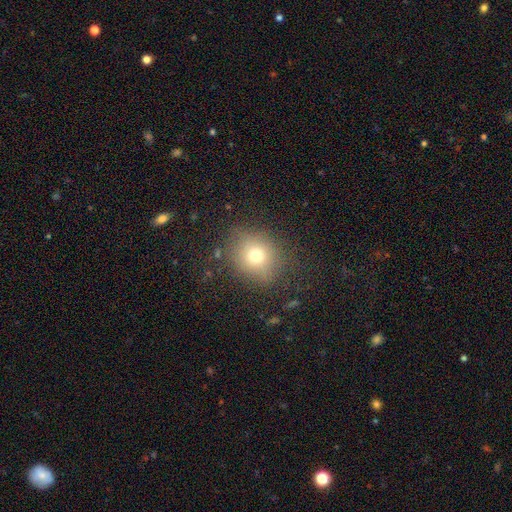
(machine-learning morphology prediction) Smooth or featured? Predicted: smooth (p=0.70). How rounded? Predicted: round (p=0.76). Merging? Predicted: none (p=0.80).